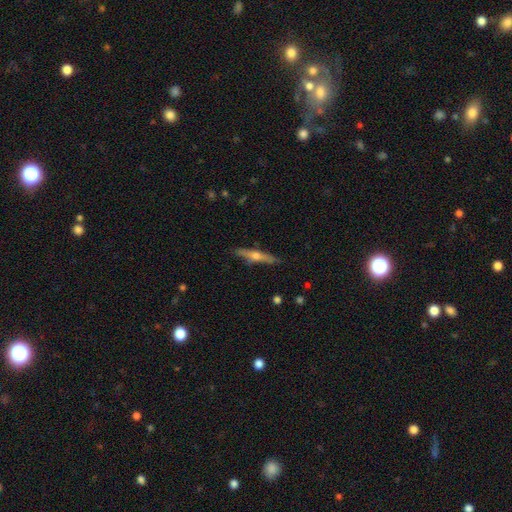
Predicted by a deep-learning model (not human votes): A featured or disk galaxy (68%) viewed edge-on (96%) with a rounded central bulge (92%).

Vote fractions:
- Smooth or featured? featured or disk: 68% / smooth: 26% / star or artifact: 6%
- Edge-on disk? yes: 96% / no: 4%
- Edge-on bulge? rounded: 92% / none: 5% / boxy: 3%
- Merging? none: 88% / minor disturbance: 9% / major disturbance: 2% / merger: 1%